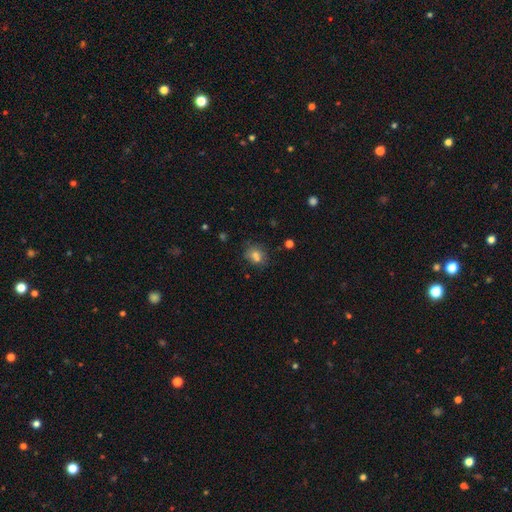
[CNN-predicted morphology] Smooth or featured? Predicted: smooth (p=0.72). How rounded? Predicted: round (p=0.66). Merging? Predicted: none (p=0.60).